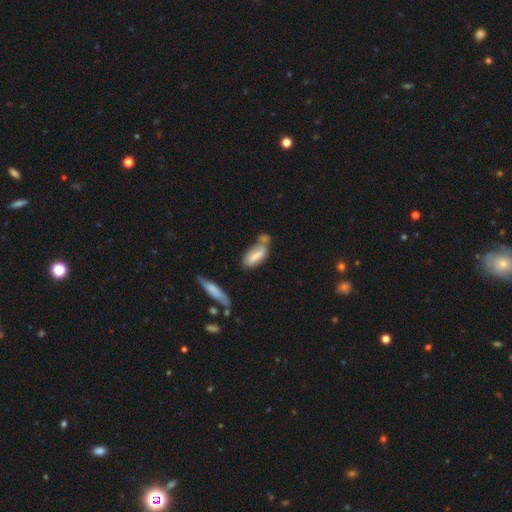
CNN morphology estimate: This is likely a smooth galaxy (67%). How rounded: likely in between (70%). Merging: marginally merger (39%).